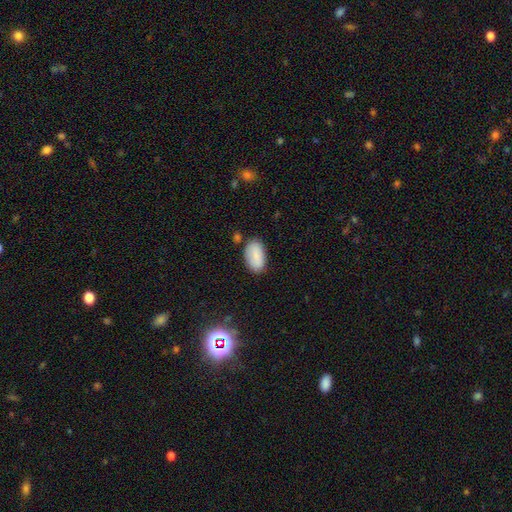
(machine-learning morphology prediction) smooth_or_featured: smooth (p=0.86) [alt: featured or disk p=0.07]
how_rounded: in between (p=0.94) [alt: round p=0.04]
merging: none (p=0.77) [alt: minor disturbance p=0.16]